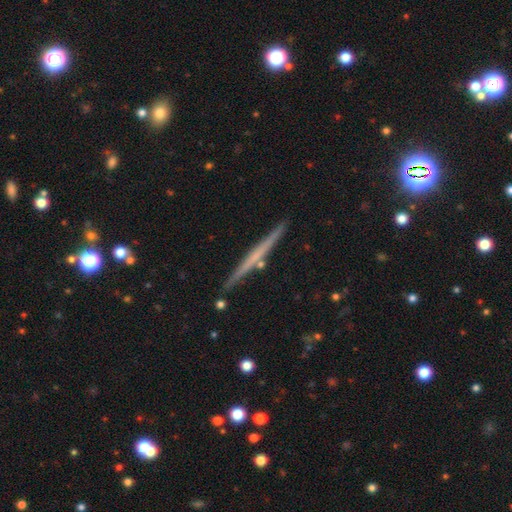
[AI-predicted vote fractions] Smooth or featured?
  - featured or disk: 61% *
  - smooth: 33%
  - star or artifact: 6%
Edge-on disk?
  - yes: 98% *
  - no: 2%
Edge-on bulge?
  - none: 81% *
  - rounded: 14%
  - boxy: 5%
Merging?
  - none: 89% *
  - minor disturbance: 7%
  - merger: 2%
  - major disturbance: 1%